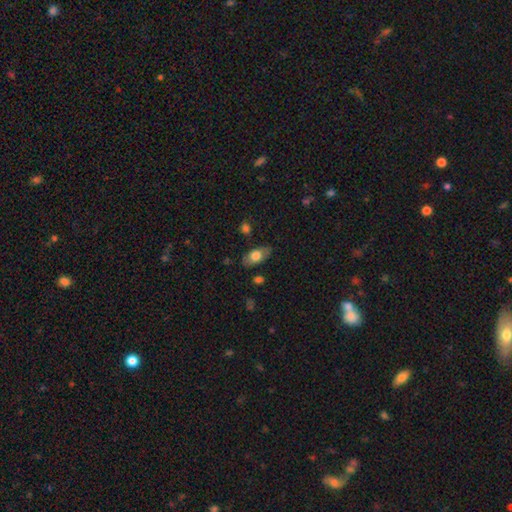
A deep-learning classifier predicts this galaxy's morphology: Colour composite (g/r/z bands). It shows a smooth galaxy with no disk features (69%) that is in between round and cigar-shaped (88%). Merging: none (79%).